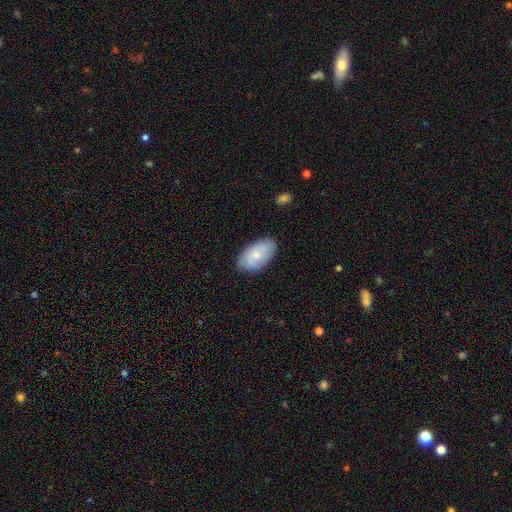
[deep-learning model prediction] A smooth galaxy with no disk features (67%) that is in between round and cigar-shaped (94%). Merging: none (78%).